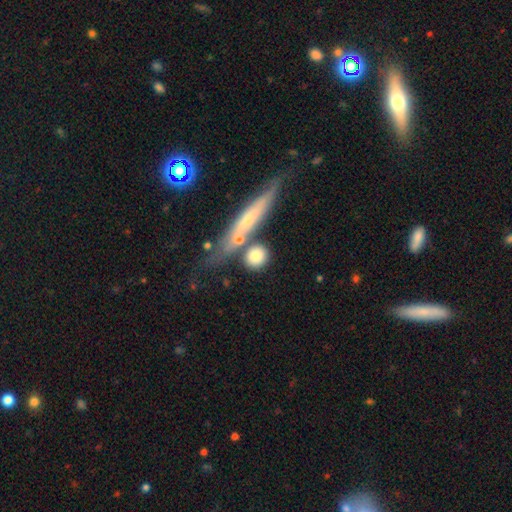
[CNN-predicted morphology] smooth-or-featured: smooth: 78% | featured or disk: 15% | star or artifact: 7%
  how-rounded: round: 74% | in between: 14% | cigar-shaped: 12%
  merging: none: 65% | merger: 18% | minor disturbance: 12% | major disturbance: 5%